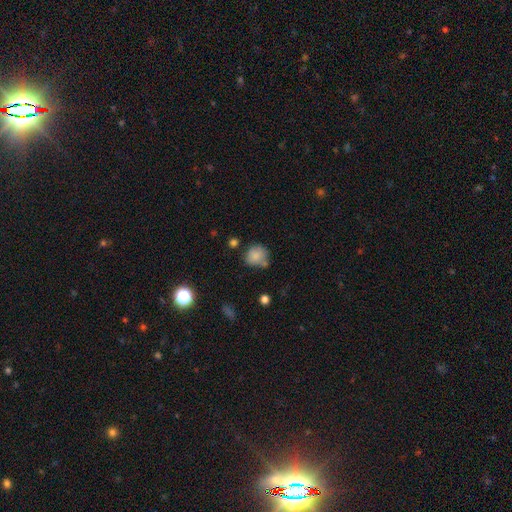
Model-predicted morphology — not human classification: This appears to be a smooth galaxy with no disk features (82%) that is round (82%). Merging: none (56%).